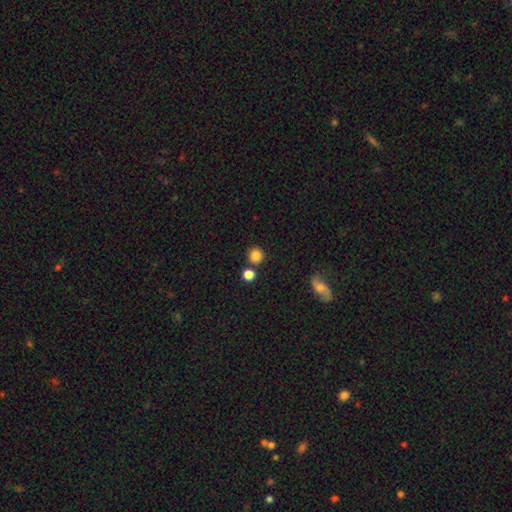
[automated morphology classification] A smooth galaxy with no disk features (85%) that is round (91%).

Vote fractions:
- Smooth or featured? smooth: 85% / star or artifact: 11% / featured or disk: 5%
- How rounded? round: 91% / in between: 8% / cigar-shaped: 1%
- Merging? none: 78% / merger: 12% / minor disturbance: 7% / major disturbance: 3%